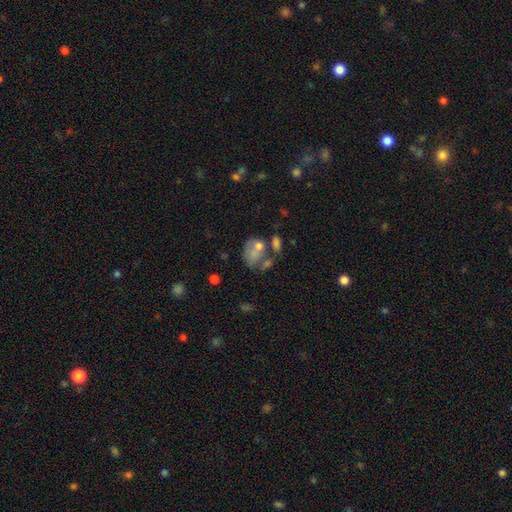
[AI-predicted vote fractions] Morphology: type=smooth (65%); roundness=in between (63%); merging=merger (33%).